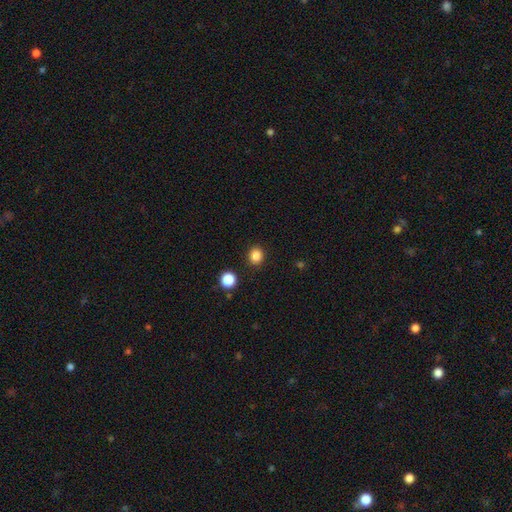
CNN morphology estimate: Smooth or featured?
  - smooth: 86% *
  - star or artifact: 12%
  - featured or disk: 3%
How rounded?
  - round: 82% *
  - in between: 17%
  - cigar-shaped: 1%
Merging?
  - none: 89% *
  - minor disturbance: 6%
  - major disturbance: 2%
  - merger: 2%